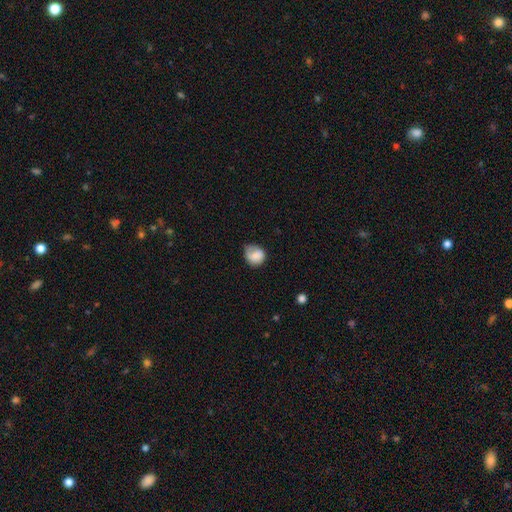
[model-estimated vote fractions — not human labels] smooth-or-featured: smooth: 78% | featured or disk: 14% | star or artifact: 8%
  how-rounded: round: 71% | in between: 28% | cigar-shaped: 1%
  merging: none: 47% | minor disturbance: 36% | major disturbance: 14% | merger: 3%